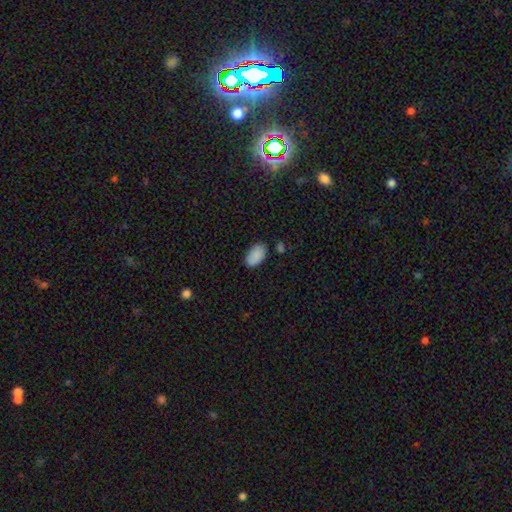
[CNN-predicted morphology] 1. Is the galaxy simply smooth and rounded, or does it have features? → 89% smooth, 7% star or artifact, 4% featured or disk.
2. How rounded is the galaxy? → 95% in between, 4% round, 2% cigar-shaped.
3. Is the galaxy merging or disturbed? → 80% none, 14% minor disturbance, 3% major disturbance, 3% merger.